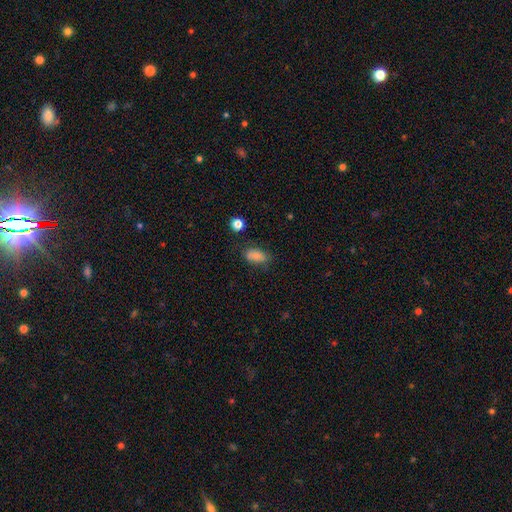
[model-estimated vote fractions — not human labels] The model was most divided on "merging": none: 68%, minor disturbance: 22%, major disturbance: 6%, merger: 4%. More confident: how rounded — in between (89%); smooth or featured — smooth (82%).